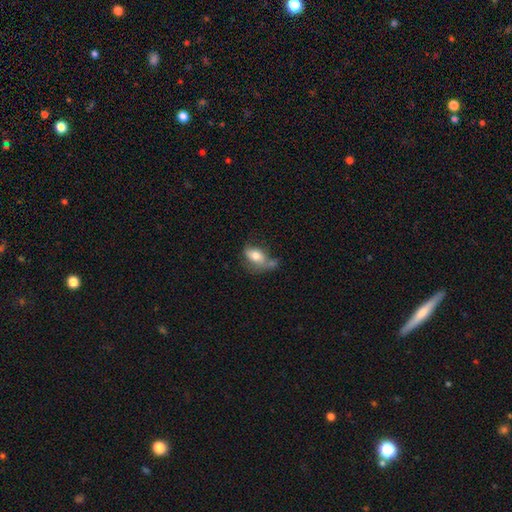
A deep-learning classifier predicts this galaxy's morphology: This appears to be a smooth galaxy with no disk features (69%) that is in between round and cigar-shaped (86%). Merging: none (34%).